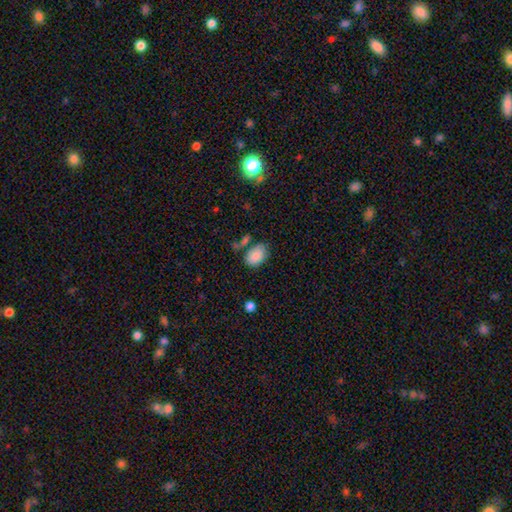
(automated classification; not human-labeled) smooth_or_featured: smooth (p=0.87) [alt: star or artifact p=0.08]
how_rounded: in between (p=0.88) [alt: round p=0.11]
merging: none (p=0.64) [alt: minor disturbance p=0.20]